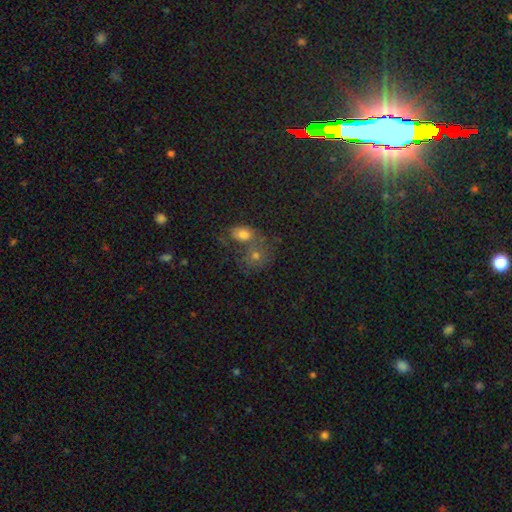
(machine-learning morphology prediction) Smooth or featured?
  - smooth: 65% *
  - featured or disk: 18%
  - star or artifact: 17%
How rounded?
  - round: 55% *
  - in between: 44%
  - cigar-shaped: 1%
Merging?
  - merger: 55% *
  - none: 29%
  - minor disturbance: 9%
  - major disturbance: 7%